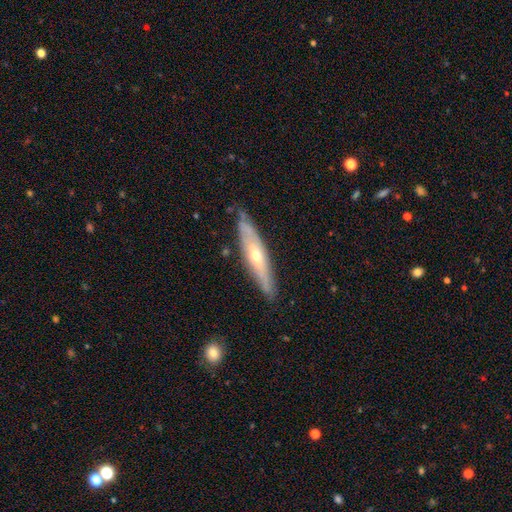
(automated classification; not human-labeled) Smooth or featured?
  - featured or disk: 62% *
  - smooth: 32%
  - star or artifact: 6%
Edge-on disk?
  - yes: 67% *
  - no: 33%
Merging?
  - none: 80% *
  - minor disturbance: 16%
  - major disturbance: 3%
  - merger: 2%